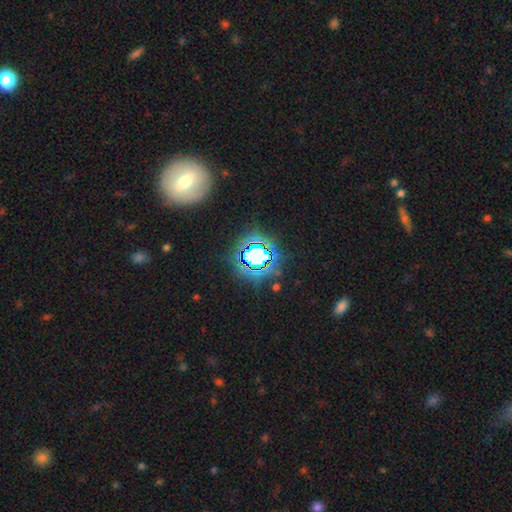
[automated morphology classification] Smooth or featured: star or artifact — 70% (smooth — 19%)